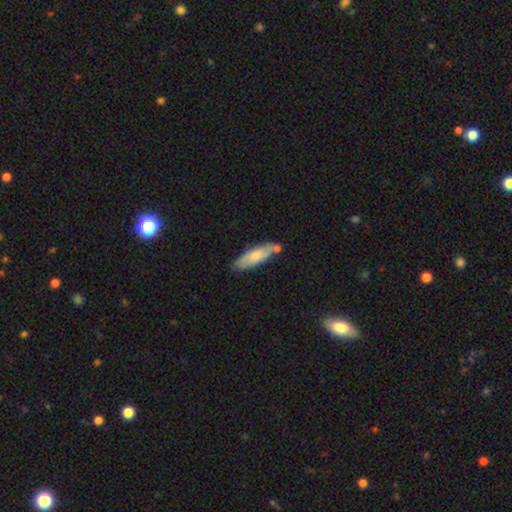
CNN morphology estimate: A smooth galaxy with no disk features (68%) that is cigar-shaped (53%).

Vote fractions:
- Smooth or featured? smooth: 68% / featured or disk: 26% / star or artifact: 5%
- How rounded? cigar-shaped: 53% / in between: 46% / round: 2%
- Merging? none: 69% / minor disturbance: 17% / merger: 11% / major disturbance: 3%